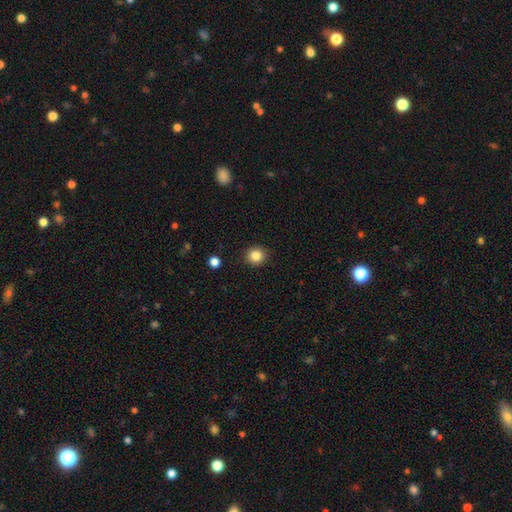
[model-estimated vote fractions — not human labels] This appears to be a smooth galaxy with no disk features (85%) that is round (88%). Merging: none (91%).